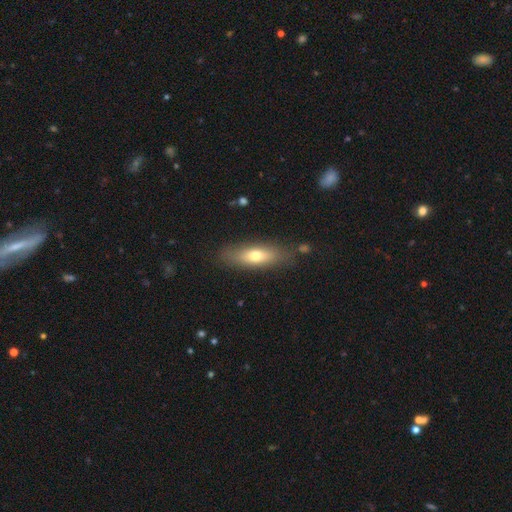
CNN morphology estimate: A smooth galaxy with no disk features (66%) that is in between round and cigar-shaped (53%). Merging: none (80%).